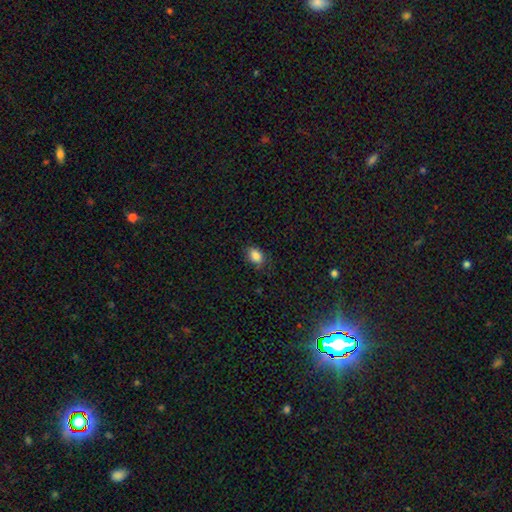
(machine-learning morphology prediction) type=smooth (86%); roundness=in between (78%); merging=none (76%).